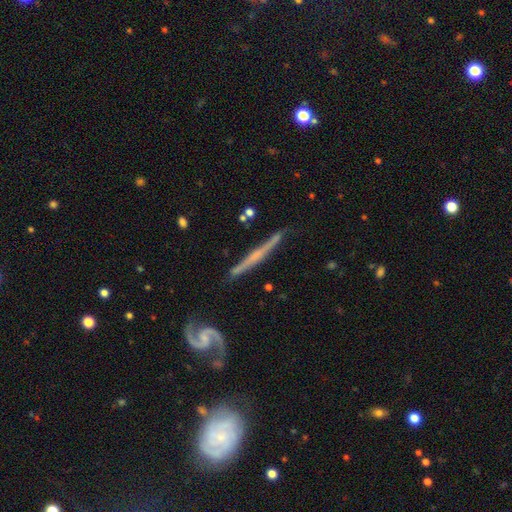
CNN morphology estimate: smooth_or_featured: featured or disk (p=0.80) [alt: smooth p=0.15]
disk_edge_on: yes (p=0.88) [alt: no p=0.12]
edge_on_bulge: none (p=0.61) [alt: rounded p=0.30]
merging: none (p=0.79) [alt: minor disturbance p=0.14]